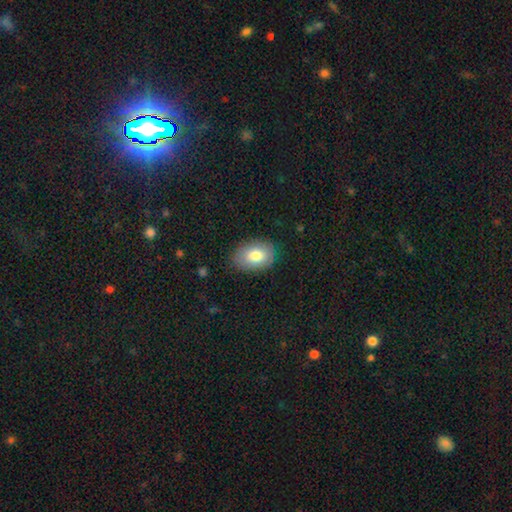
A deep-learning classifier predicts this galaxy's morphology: A smooth galaxy with no disk features (80%) that is in between round and cigar-shaped (85%).

Vote fractions:
- Smooth or featured? smooth: 80% / featured or disk: 13% / star or artifact: 7%
- How rounded? in between: 85% / round: 14% / cigar-shaped: 1%
- Merging? none: 84% / minor disturbance: 12% / major disturbance: 3% / merger: 1%